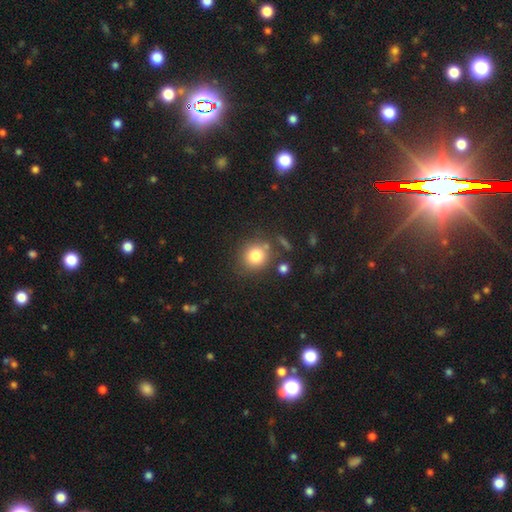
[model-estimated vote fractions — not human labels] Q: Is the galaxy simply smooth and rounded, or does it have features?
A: smooth — 81%.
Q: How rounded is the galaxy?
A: round — 86%.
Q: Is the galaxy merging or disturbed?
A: none — 76%.